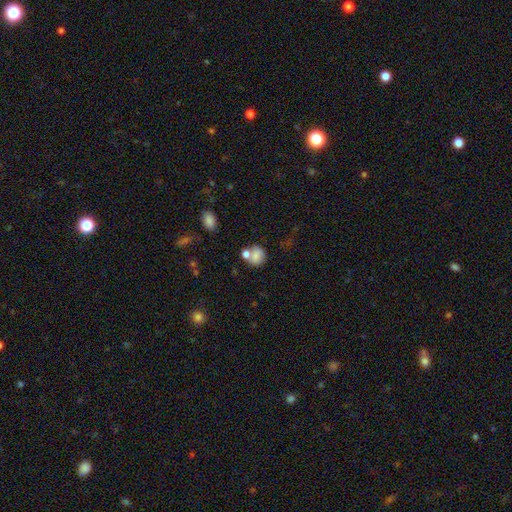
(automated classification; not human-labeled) This is likely a smooth galaxy (76%). How rounded: likely round (66%). Merging: possibly none (51%).